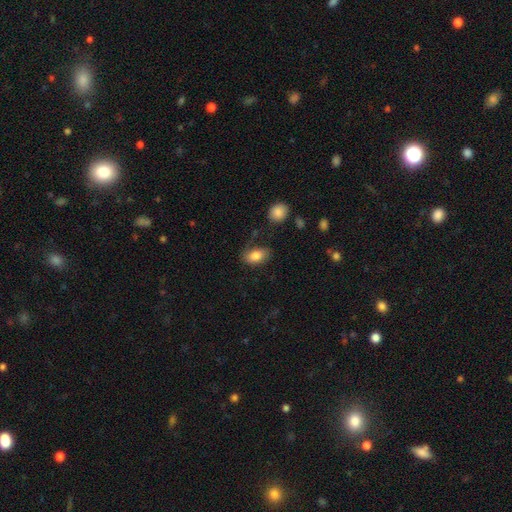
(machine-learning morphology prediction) The model was most divided on "merging": none: 73%, minor disturbance: 19%, major disturbance: 6%, merger: 3%. More confident: how rounded — in between (90%); smooth or featured — smooth (83%).